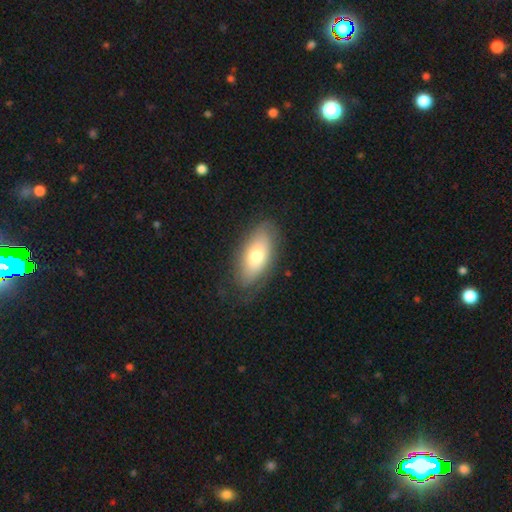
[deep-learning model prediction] A smooth galaxy with no disk features (65%) that is in between round and cigar-shaped (88%).

Vote fractions:
- Smooth or featured? smooth: 65% / featured or disk: 28% / star or artifact: 7%
- How rounded? in between: 88% / cigar-shaped: 9% / round: 3%
- Merging? none: 76% / minor disturbance: 17% / major disturbance: 6% / merger: 1%